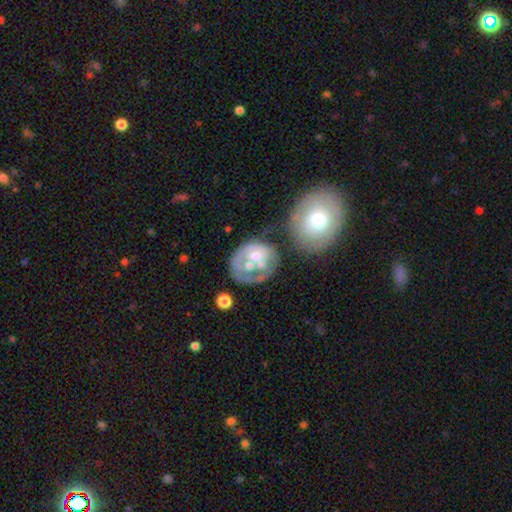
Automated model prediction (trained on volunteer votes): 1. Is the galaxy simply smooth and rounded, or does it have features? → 53% featured or disk, 40% smooth, 7% star or artifact.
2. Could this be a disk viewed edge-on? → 97% no, 3% yes.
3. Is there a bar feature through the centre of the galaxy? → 88% no, 9% weak, 2% strong.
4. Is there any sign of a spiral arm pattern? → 79% no, 21% yes.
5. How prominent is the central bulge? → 61% moderate, 22% small, 8% large, 7% none, 2% dominant.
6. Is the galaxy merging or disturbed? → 33% merger, 28% none, 21% major disturbance, 17% minor disturbance.